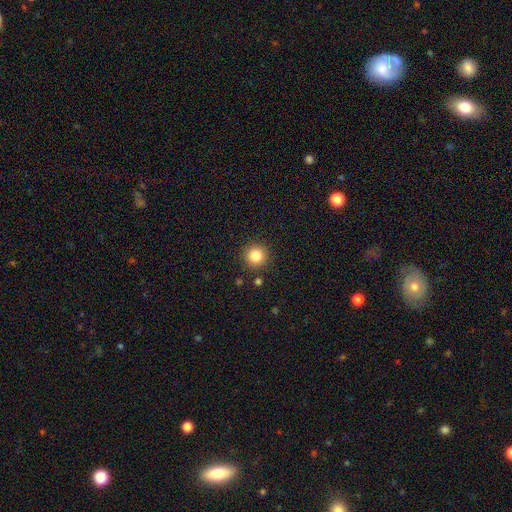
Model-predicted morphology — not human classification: A smooth galaxy with no disk features (84%) that is round (95%). Merging: none (90%).